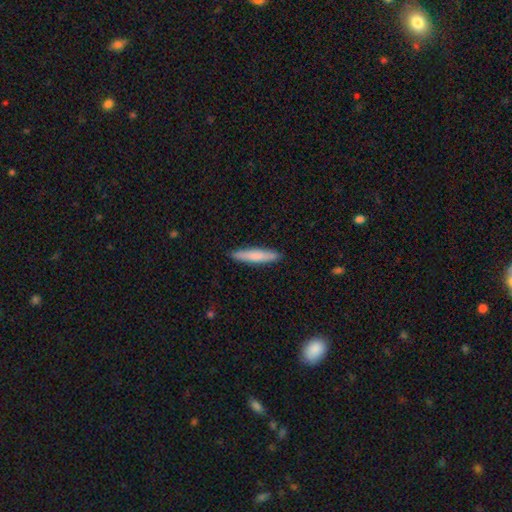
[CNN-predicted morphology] The model was most divided on "smooth or featured": smooth: 76%, featured or disk: 18%, star or artifact: 5%. More confident: merging — none (90%); how rounded — cigar-shaped (90%).